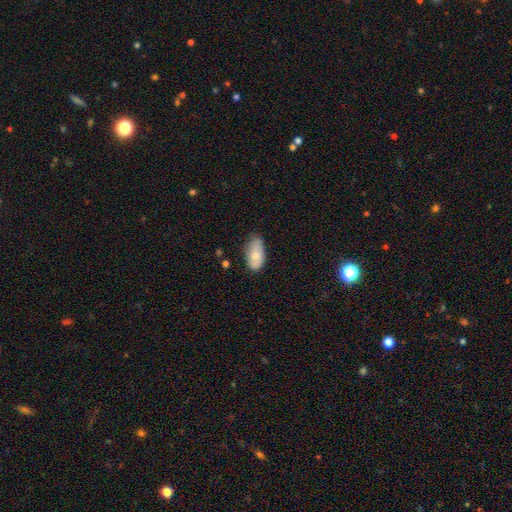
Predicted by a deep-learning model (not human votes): Morphology: type=smooth (73%); roundness=in between (93%); merging=none (66%).